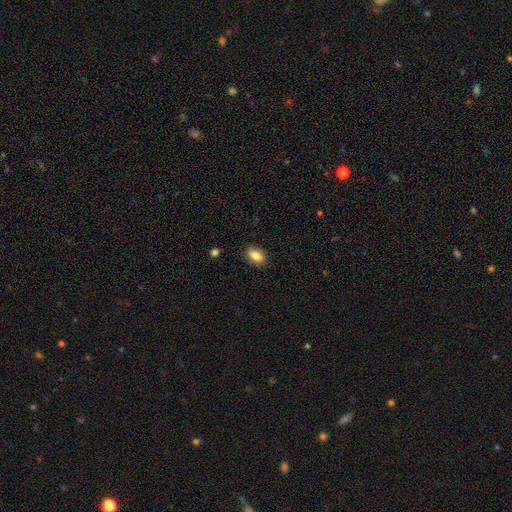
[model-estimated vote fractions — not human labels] A smooth galaxy with no disk features (84%) that is in between round and cigar-shaped (88%).

Vote fractions:
- Smooth or featured? smooth: 84% / star or artifact: 8% / featured or disk: 8%
- How rounded? in between: 88% / round: 9% / cigar-shaped: 3%
- Merging? none: 86% / minor disturbance: 10% / major disturbance: 2% / merger: 1%